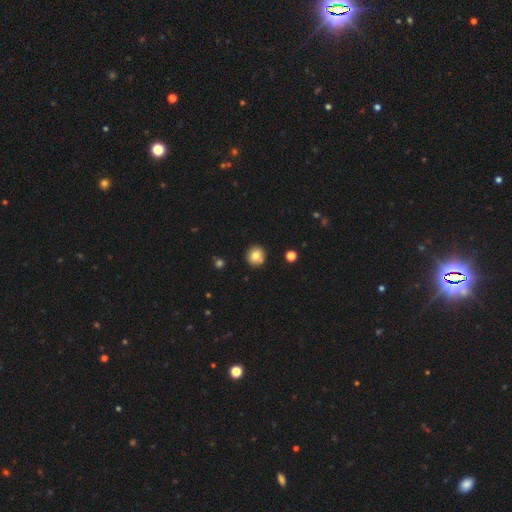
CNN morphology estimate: A smooth galaxy with no disk features (79%) that is round (92%).

Vote fractions:
- Smooth or featured? smooth: 79% / star or artifact: 11% / featured or disk: 10%
- How rounded? round: 92% / in between: 7% / cigar-shaped: 1%
- Merging? none: 84% / minor disturbance: 9% / merger: 5% / major disturbance: 2%